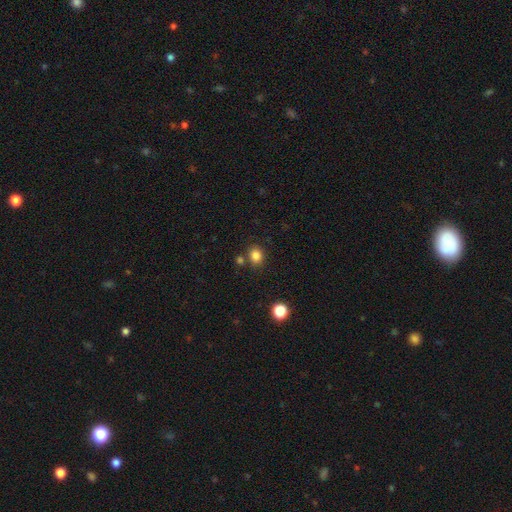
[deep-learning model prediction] A smooth galaxy with no disk features (83%) that is round (71%). Merging: none (78%).